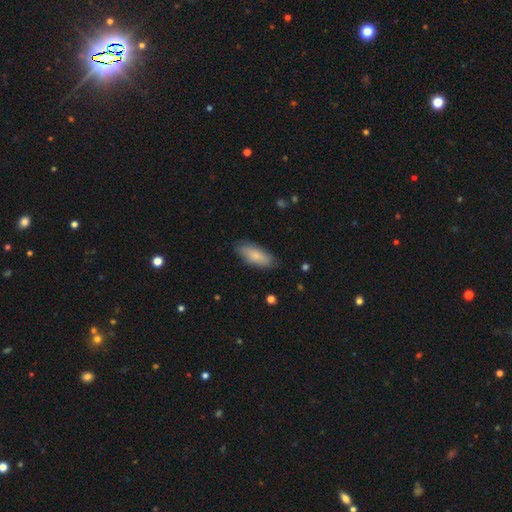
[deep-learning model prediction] smooth_or_featured: smooth (p=0.77) [alt: featured or disk p=0.17]
how_rounded: in between (p=0.82) [alt: cigar-shaped p=0.16]
merging: none (p=0.79) [alt: minor disturbance p=0.16]